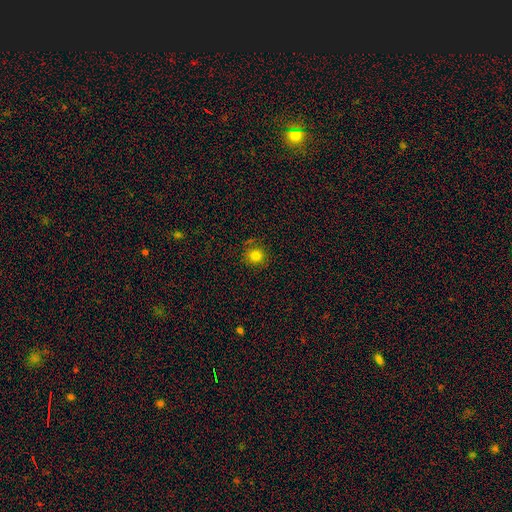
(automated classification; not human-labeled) Morphology: type=smooth (80%); roundness=round (90%); merging=none (84%).